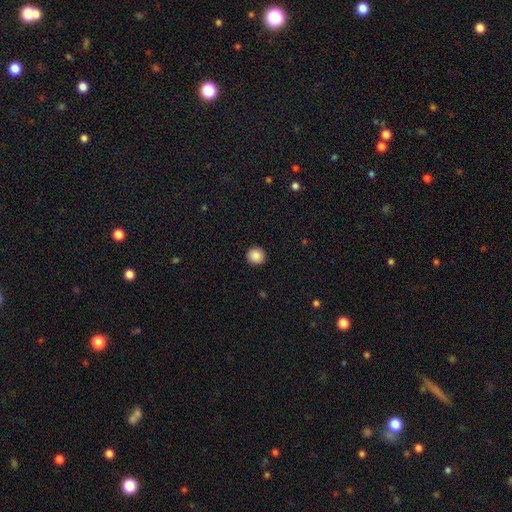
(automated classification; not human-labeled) smooth-or-featured: smooth: 88% | star or artifact: 9% | featured or disk: 3%
  how-rounded: round: 94% | in between: 5% | cigar-shaped: 1%
  merging: none: 93% | minor disturbance: 5% | major disturbance: 2% | merger: 1%